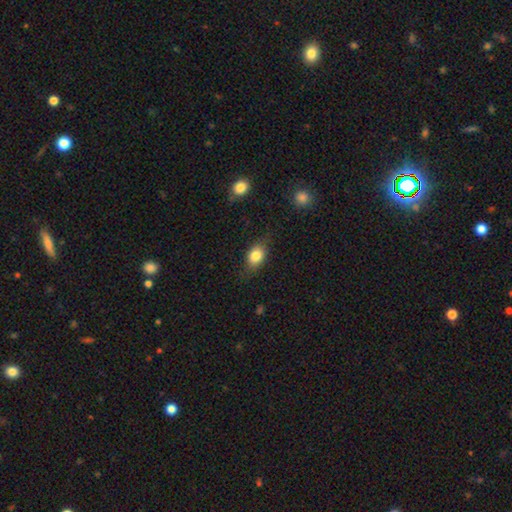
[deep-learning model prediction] This appears to be a smooth galaxy with no disk features (80%) that is in between round and cigar-shaped (75%). Merging: none (73%).